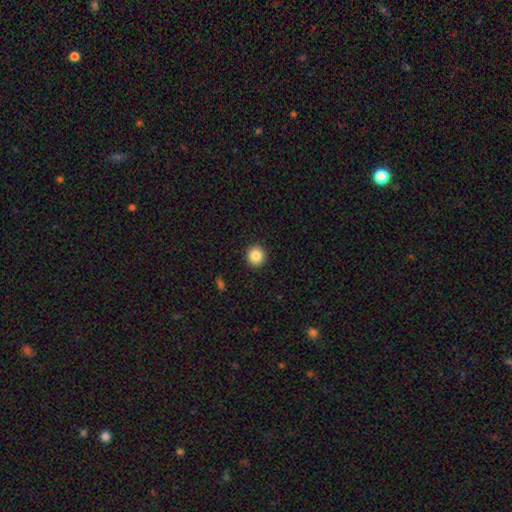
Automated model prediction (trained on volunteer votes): Smooth or featured?
  - smooth: 86% *
  - star or artifact: 9%
  - featured or disk: 5%
How rounded?
  - round: 92% *
  - in between: 7%
  - cigar-shaped: 1%
Merging?
  - none: 92% *
  - minor disturbance: 5%
  - major disturbance: 2%
  - merger: 1%